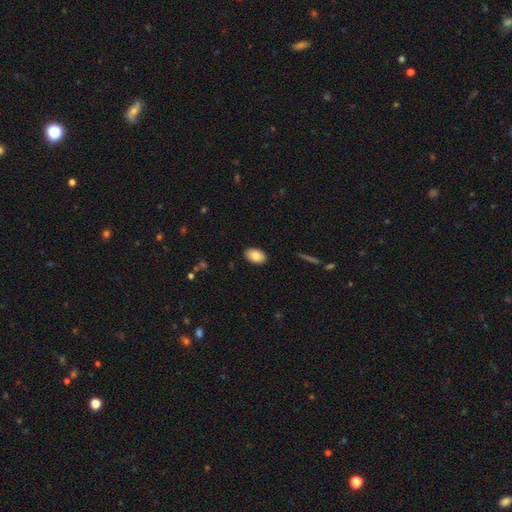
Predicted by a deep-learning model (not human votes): A smooth galaxy with no disk features (86%) that is in between round and cigar-shaped (92%). Merging: none (89%).